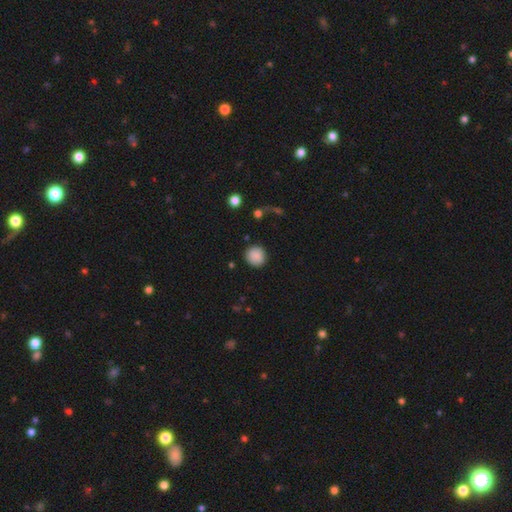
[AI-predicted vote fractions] Smooth or featured: smooth — 88% (star or artifact — 9%)
How rounded: round — 90% (in between — 9%)
Merging: none — 87% (minor disturbance — 8%)